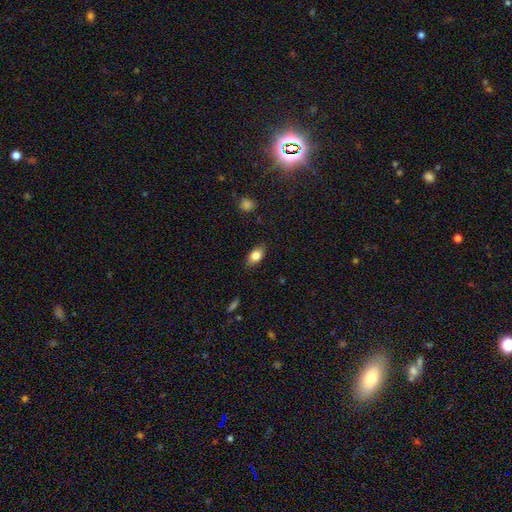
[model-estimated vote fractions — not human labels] Overall: smooth (80%). How rounded: in between (87%). Merging: none (84%).